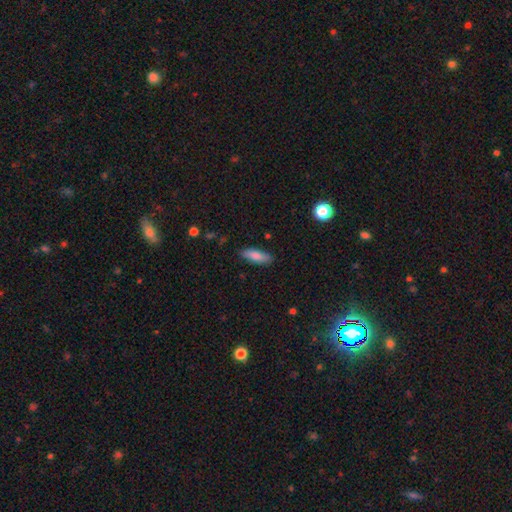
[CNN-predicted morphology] Smooth or featured?
  - smooth: 83% *
  - featured or disk: 11%
  - star or artifact: 6%
How rounded?
  - in between: 55% *
  - cigar-shaped: 43%
  - round: 2%
Merging?
  - none: 86% *
  - minor disturbance: 11%
  - major disturbance: 2%
  - merger: 1%